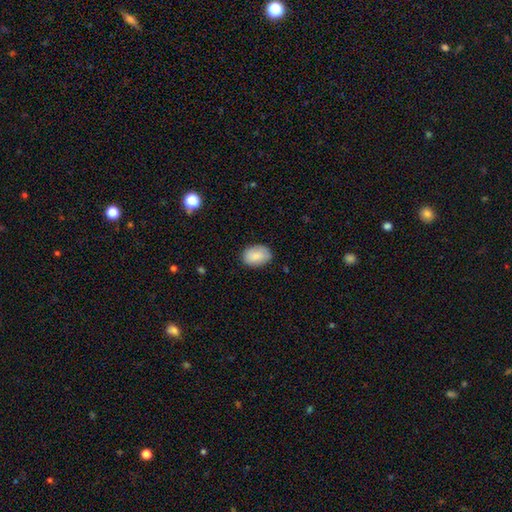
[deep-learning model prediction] Smooth or featured: smooth — 87% (featured or disk — 7%)
How rounded: in between — 84% (round — 15%)
Merging: none — 81% (minor disturbance — 15%)